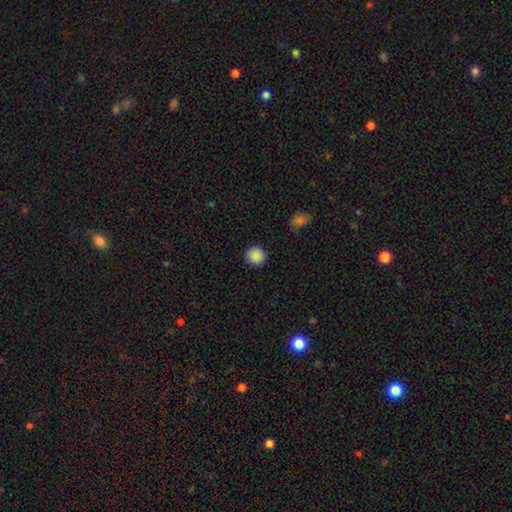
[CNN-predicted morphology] Q: Smooth or featured?
A: smooth (89%); runner-up: star or artifact (9%)
Q: How rounded?
A: round (93%); runner-up: in between (6%)
Q: Merging?
A: none (92%); runner-up: minor disturbance (5%)